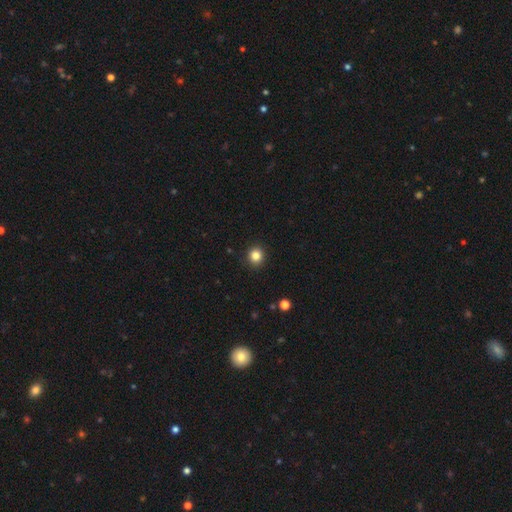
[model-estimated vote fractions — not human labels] Smooth or featured? Predicted: smooth (p=0.84). How rounded? Predicted: round (p=0.89). Merging? Predicted: none (p=0.92).